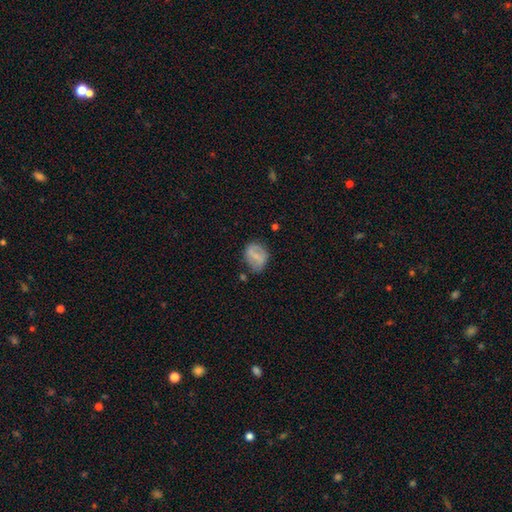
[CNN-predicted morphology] Overall: smooth (56%; featured or disk 35%). How rounded: in between (55%; round 43%). Merging: none (64%).